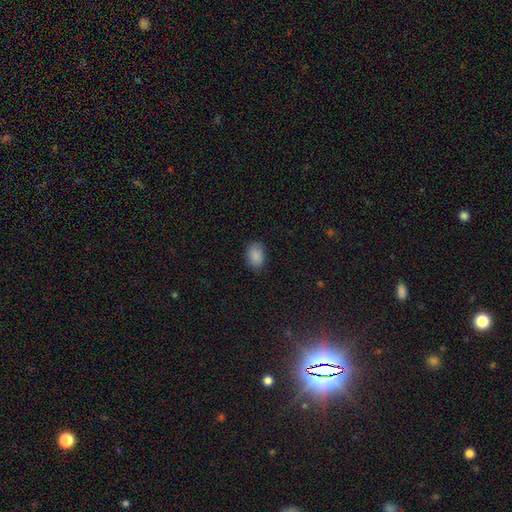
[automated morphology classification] smooth-or-featured: smooth: 88% | star or artifact: 8% | featured or disk: 4%
  how-rounded: in between: 80% | round: 19% | cigar-shaped: 1%
  merging: none: 83% | minor disturbance: 13% | major disturbance: 3% | merger: 1%